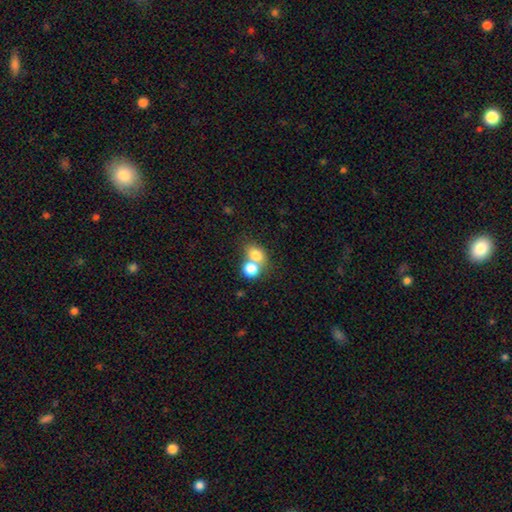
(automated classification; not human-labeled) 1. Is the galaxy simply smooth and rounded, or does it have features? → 76% smooth, 12% featured or disk, 11% star or artifact.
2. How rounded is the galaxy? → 54% round, 44% in between, 1% cigar-shaped.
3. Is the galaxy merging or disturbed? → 56% merger, 34% none, 7% minor disturbance, 3% major disturbance.